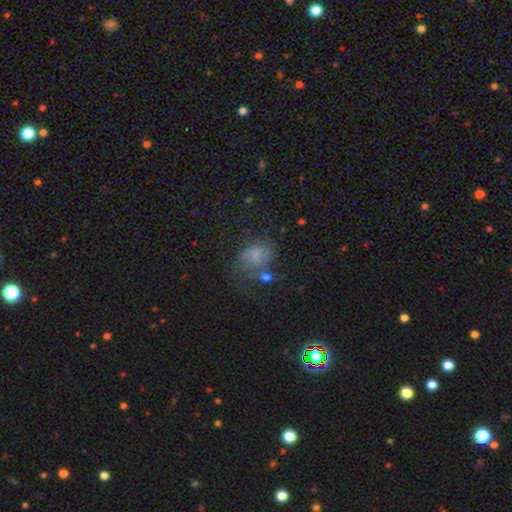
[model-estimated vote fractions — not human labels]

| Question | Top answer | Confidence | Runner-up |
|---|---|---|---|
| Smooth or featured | smooth | 47% | featured or disk (37%) |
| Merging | none | 33% | major disturbance (32%) |